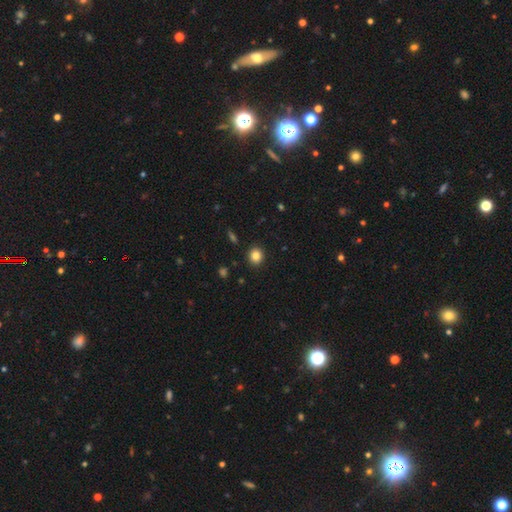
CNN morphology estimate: A smooth galaxy with no disk features (83%) that is round (82%).

Vote fractions:
- Smooth or featured? smooth: 83% / star or artifact: 11% / featured or disk: 6%
- How rounded? round: 82% / in between: 17% / cigar-shaped: 1%
- Merging? none: 91% / minor disturbance: 6% / major disturbance: 2% / merger: 1%